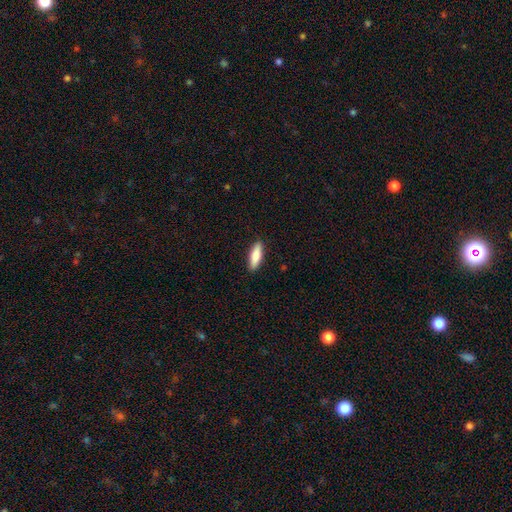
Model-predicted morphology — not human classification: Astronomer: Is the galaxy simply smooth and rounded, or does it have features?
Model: smooth — 81%.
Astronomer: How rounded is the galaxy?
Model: cigar-shaped — 51% (runner-up: in between, 47%).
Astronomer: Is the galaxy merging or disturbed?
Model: none — 89%.